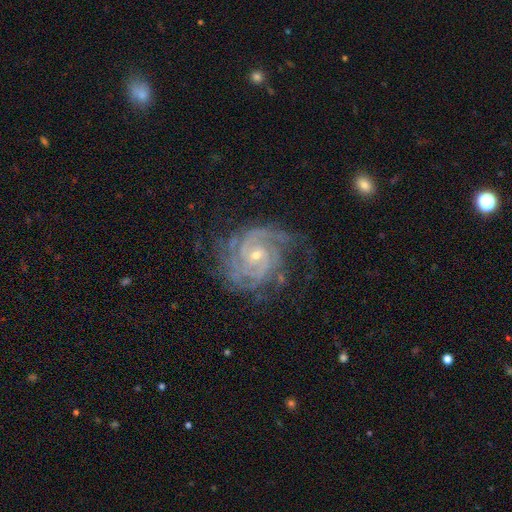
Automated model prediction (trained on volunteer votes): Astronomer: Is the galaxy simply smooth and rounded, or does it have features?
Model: featured or disk — 91%.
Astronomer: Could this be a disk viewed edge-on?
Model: no — 98%.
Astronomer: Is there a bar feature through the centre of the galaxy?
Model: no — 59%.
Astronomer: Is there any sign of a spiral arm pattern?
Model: yes — 98%.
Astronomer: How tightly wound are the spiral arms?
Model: tight — 72%.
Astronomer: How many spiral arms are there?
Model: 2 — 24% (runner-up: 3, 22%).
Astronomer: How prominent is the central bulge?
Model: small — 70%.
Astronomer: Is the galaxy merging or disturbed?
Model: none — 67%.